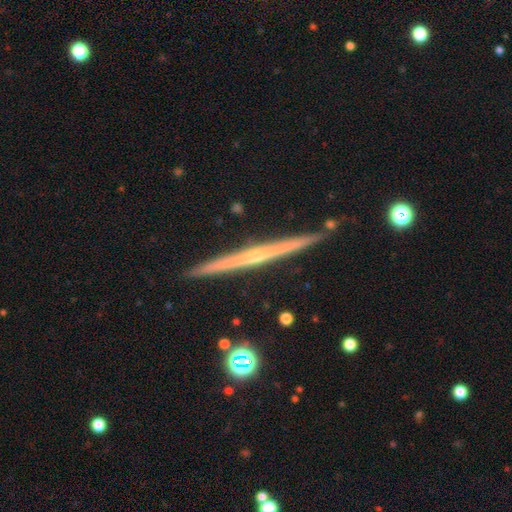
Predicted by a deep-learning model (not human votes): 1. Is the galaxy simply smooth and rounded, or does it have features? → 79% featured or disk, 15% smooth, 6% star or artifact.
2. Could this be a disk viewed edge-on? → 98% yes, 2% no.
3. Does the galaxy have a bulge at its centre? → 52% rounded, 43% none, 4% boxy.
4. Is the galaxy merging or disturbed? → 90% none, 7% minor disturbance, 2% merger, 1% major disturbance.